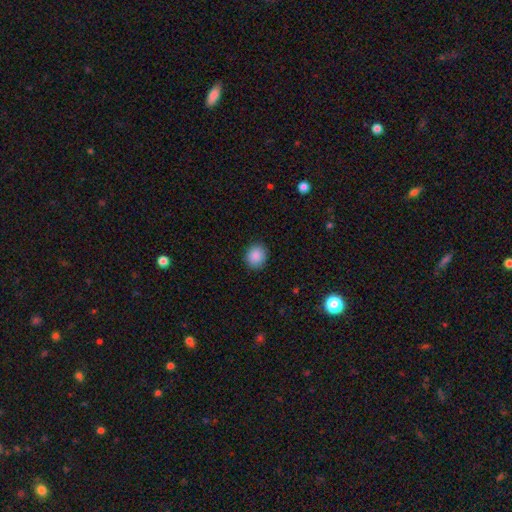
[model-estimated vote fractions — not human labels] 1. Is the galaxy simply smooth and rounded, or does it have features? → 88% smooth, 9% star or artifact, 3% featured or disk.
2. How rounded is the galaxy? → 82% round, 17% in between, 1% cigar-shaped.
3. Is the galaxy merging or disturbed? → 90% none, 7% minor disturbance, 2% major disturbance, 1% merger.